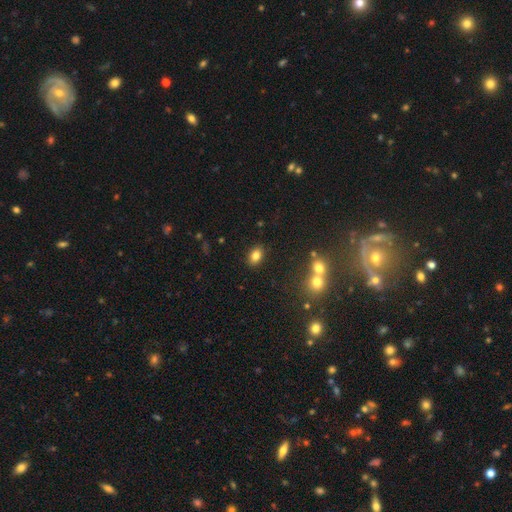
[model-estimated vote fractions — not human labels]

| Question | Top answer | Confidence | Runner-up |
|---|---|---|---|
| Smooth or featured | smooth | 82% | star or artifact (11%) |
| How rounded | in between | 82% | round (17%) |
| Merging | none | 86% | minor disturbance (8%) |